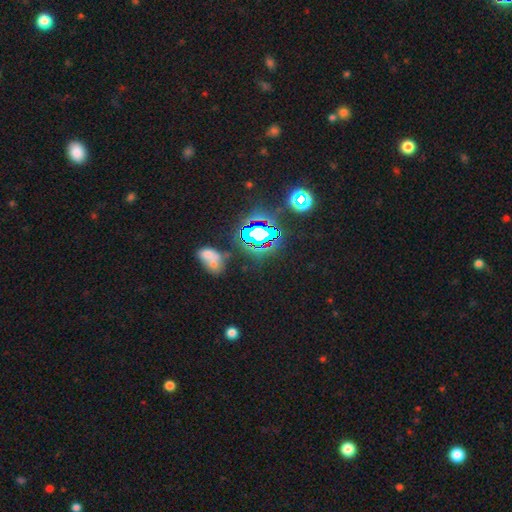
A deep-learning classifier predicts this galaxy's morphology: smooth_or_featured: star or artifact (p=0.76) [alt: smooth p=0.16]